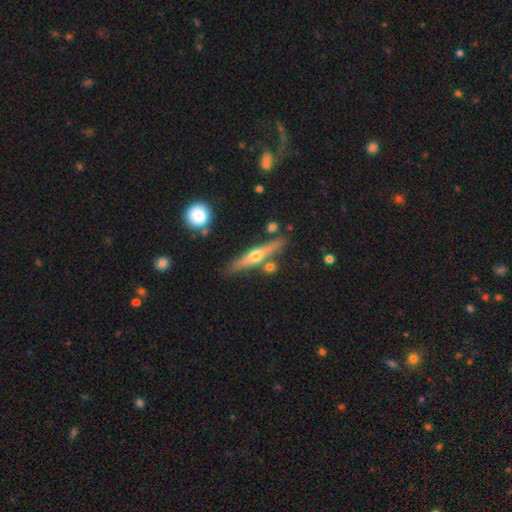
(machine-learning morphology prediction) type=featured or disk (65%); edge-on=yes (95%); edge-on bulge=rounded (92%); merging=none (79%).